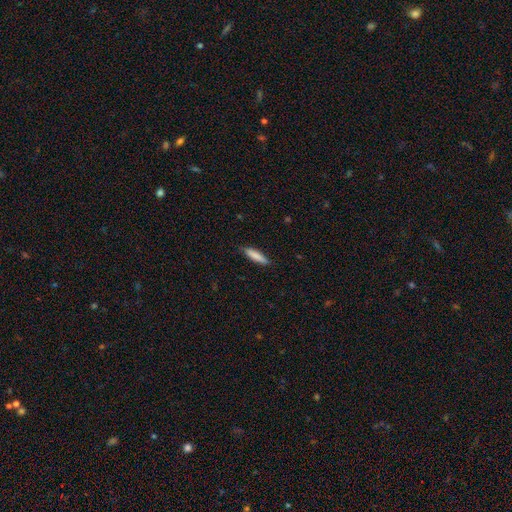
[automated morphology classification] A smooth galaxy with no disk features (82%) that is cigar-shaped (82%). Merging: none (86%).